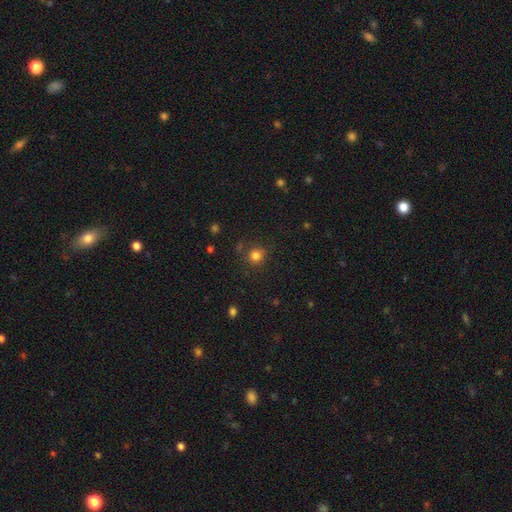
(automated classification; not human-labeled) Smooth or featured: smooth — 81% (star or artifact — 14%)
How rounded: round — 91% (in between — 8%)
Merging: none — 82% (minor disturbance — 10%)